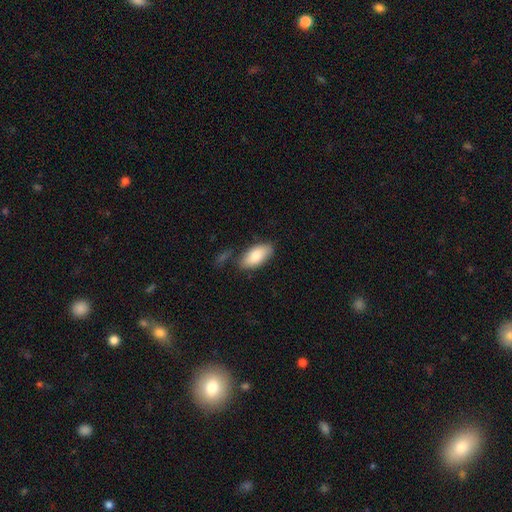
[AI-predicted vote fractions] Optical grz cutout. It shows a smooth galaxy with no disk features (83%) that is in between round and cigar-shaped (93%). Merging: none (73%).